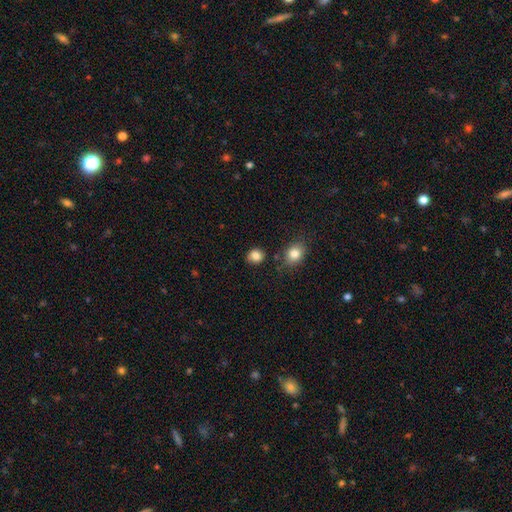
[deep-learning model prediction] A smooth galaxy with no disk features (85%) that is round (72%). Merging: none (82%).